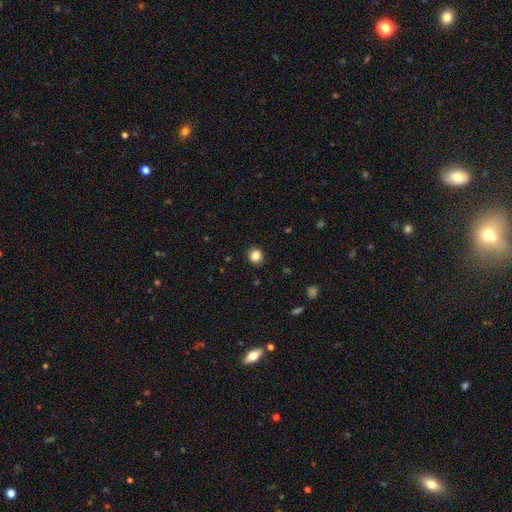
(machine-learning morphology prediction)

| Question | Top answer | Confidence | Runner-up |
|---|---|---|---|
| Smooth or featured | smooth | 85% | star or artifact (11%) |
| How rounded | round | 86% | in between (13%) |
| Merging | none | 90% | minor disturbance (7%) |